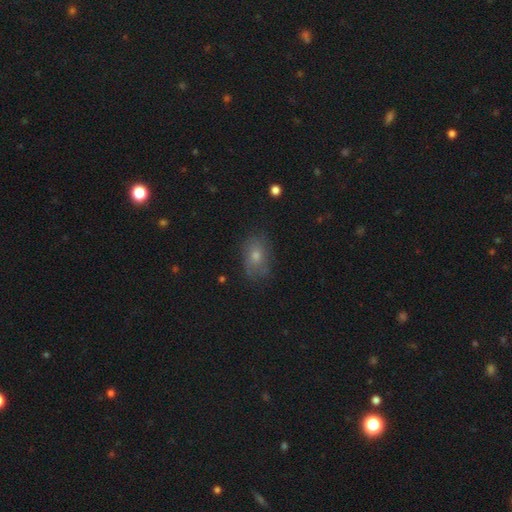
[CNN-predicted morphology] Smooth or featured? Predicted: smooth (p=0.63). How rounded? Predicted: in between (p=0.75). Merging? Predicted: none (p=0.76).